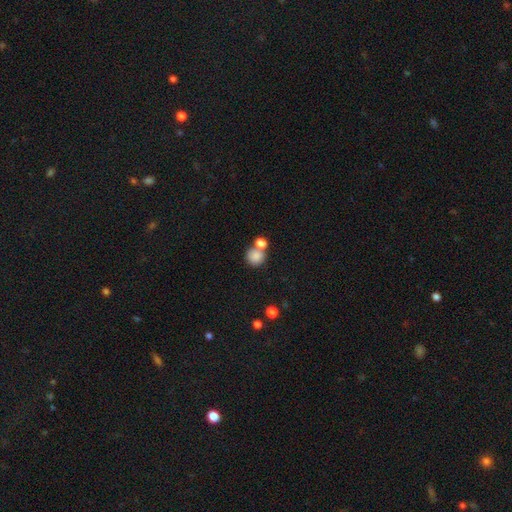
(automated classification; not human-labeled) Smooth or featured?
  - smooth: 84% *
  - star or artifact: 9%
  - featured or disk: 7%
How rounded?
  - round: 88% *
  - in between: 11%
  - cigar-shaped: 1%
Merging?
  - none: 53% *
  - merger: 33%
  - minor disturbance: 10%
  - major disturbance: 4%